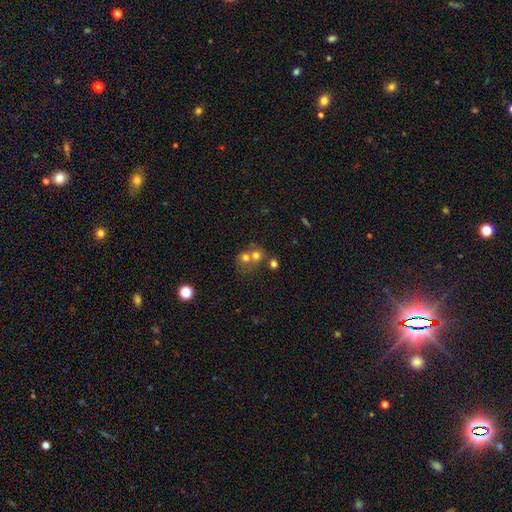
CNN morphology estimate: A smooth galaxy with no disk features (66%) that is round (77%). Merging: merger (60%).